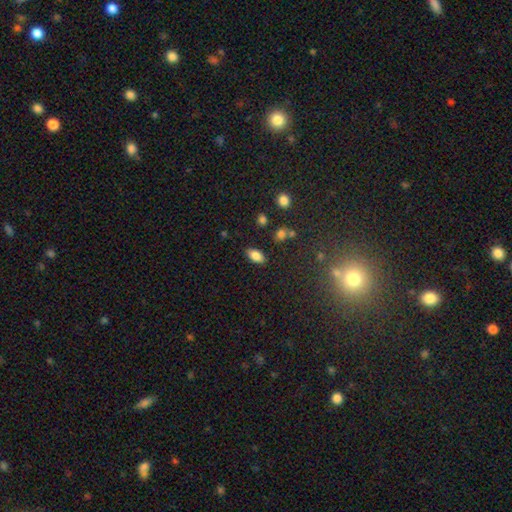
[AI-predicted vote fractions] The model was most divided on "smooth or featured": smooth: 83%, star or artifact: 9%, featured or disk: 8%. More confident: how rounded — in between (92%); merging — none (86%).